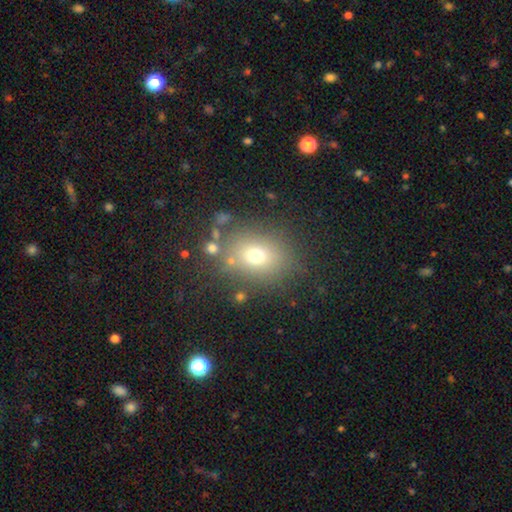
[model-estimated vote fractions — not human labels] Q: Smooth or featured?
A: smooth (69%); runner-up: star or artifact (18%)
Q: How rounded?
A: round (57%); runner-up: in between (42%)
Q: Merging?
A: none (78%); runner-up: minor disturbance (11%)